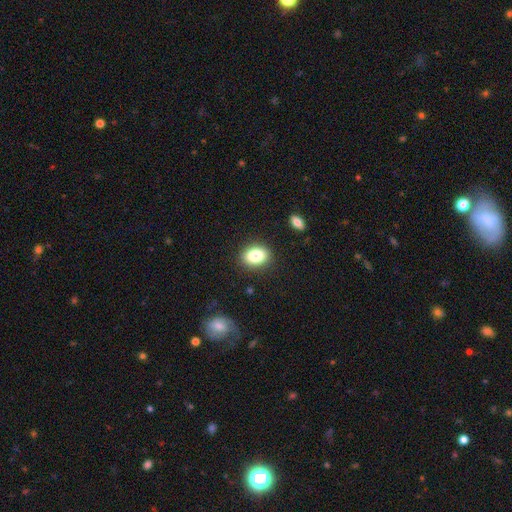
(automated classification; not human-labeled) Smooth or featured?
  - smooth: 84% *
  - star or artifact: 9%
  - featured or disk: 7%
How rounded?
  - in between: 70% *
  - round: 28%
  - cigar-shaped: 1%
Merging?
  - none: 87% *
  - minor disturbance: 9%
  - major disturbance: 3%
  - merger: 2%